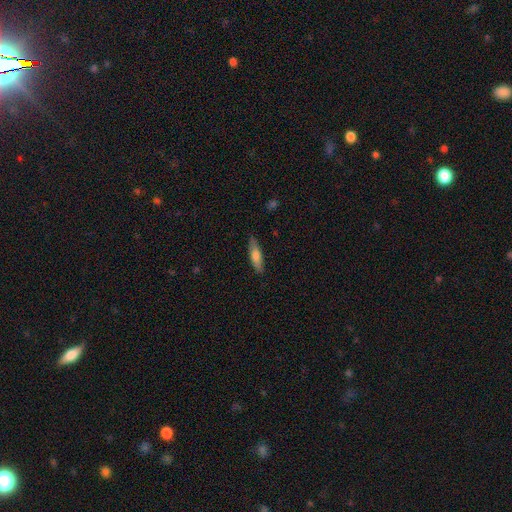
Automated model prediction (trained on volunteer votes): This is likely a smooth galaxy (71%). How rounded: likely cigar-shaped (66%). Merging: clearly none (85%).